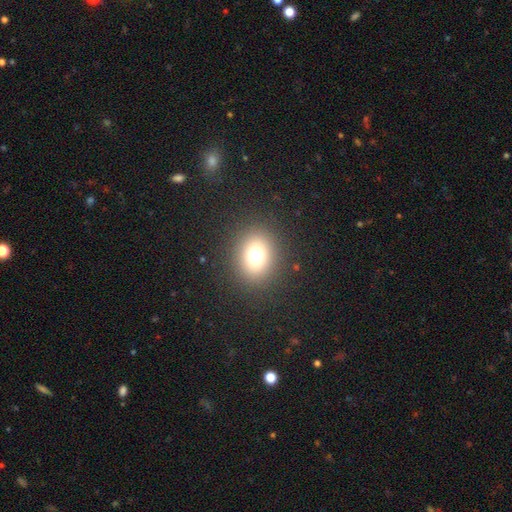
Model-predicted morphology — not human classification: Q: Smooth or featured?
A: smooth (71%); runner-up: star or artifact (19%)
Q: How rounded?
A: round (67%); runner-up: in between (32%)
Q: Merging?
A: none (87%); runner-up: minor disturbance (7%)